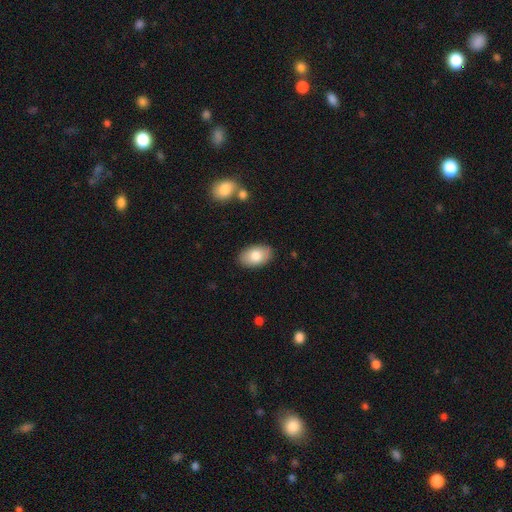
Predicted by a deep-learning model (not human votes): The model was most divided on "smooth or featured": smooth: 80%, featured or disk: 13%, star or artifact: 6%. More confident: how rounded — in between (93%); merging — none (86%).